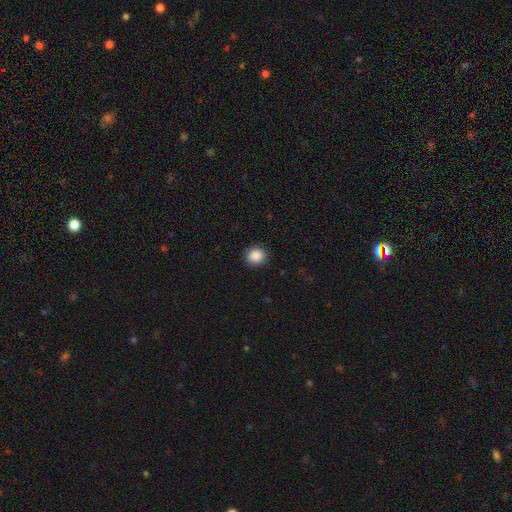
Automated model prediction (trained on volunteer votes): The model was most divided on "how rounded": round: 87%, in between: 12%, cigar-shaped: 1%. More confident: merging — none (91%); smooth or featured — smooth (88%).